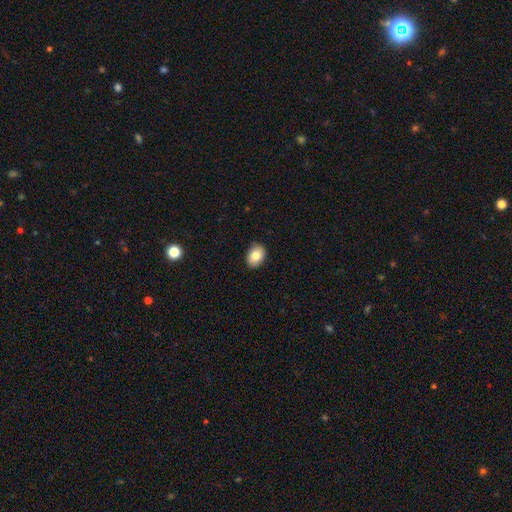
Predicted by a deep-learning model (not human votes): Smooth or featured?
  - smooth: 82% *
  - featured or disk: 10%
  - star or artifact: 8%
How rounded?
  - in between: 76% *
  - round: 23%
  - cigar-shaped: 1%
Merging?
  - none: 88% *
  - minor disturbance: 10%
  - major disturbance: 2%
  - merger: 1%